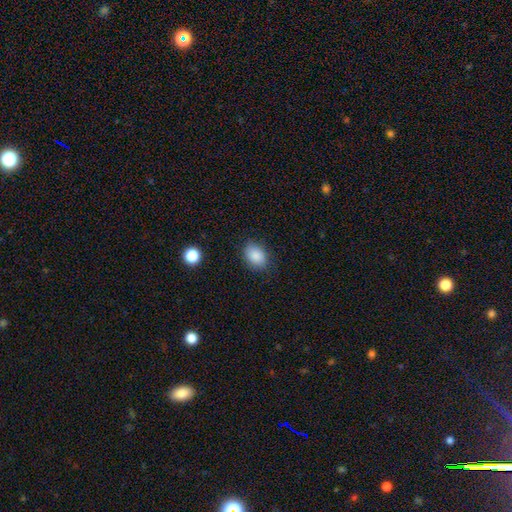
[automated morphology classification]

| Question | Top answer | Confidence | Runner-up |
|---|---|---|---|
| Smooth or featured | smooth | 87% | star or artifact (8%) |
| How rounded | in between | 72% | round (27%) |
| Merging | none | 83% | minor disturbance (13%) |